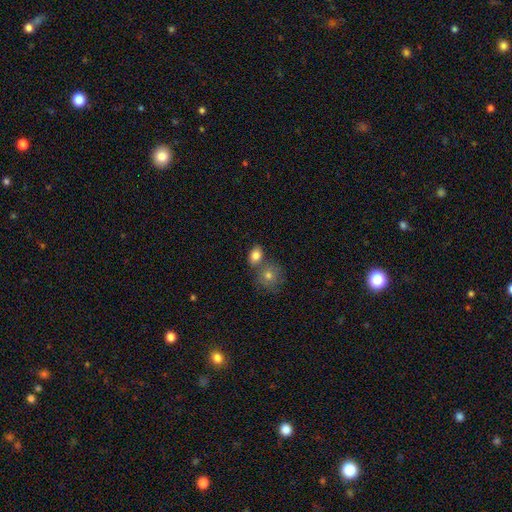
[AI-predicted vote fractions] smooth-or-featured: smooth: 81% | featured or disk: 10% | star or artifact: 9%
  how-rounded: in between: 65% | round: 33% | cigar-shaped: 1%
  merging: none: 53% | merger: 32% | minor disturbance: 12% | major disturbance: 4%